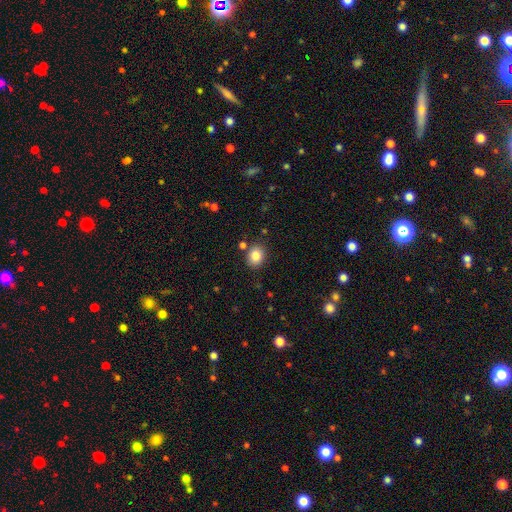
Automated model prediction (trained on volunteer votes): smooth-or-featured: smooth: 85% | star or artifact: 9% | featured or disk: 6%
  how-rounded: in between: 51% | round: 48% | cigar-shaped: 1%
  merging: none: 83% | minor disturbance: 10% | merger: 5% | major disturbance: 3%